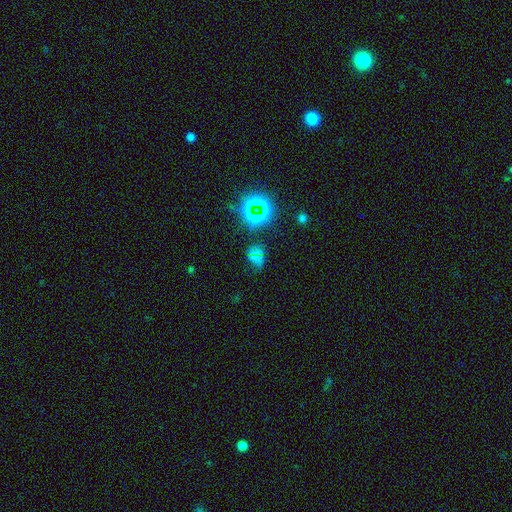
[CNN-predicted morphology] A smooth galaxy with no disk features (45%).

Vote fractions:
- Smooth or featured? smooth: 45% / star or artifact: 40% / featured or disk: 14%
- Merging? none: 51% / minor disturbance: 24% / major disturbance: 15% / merger: 10%